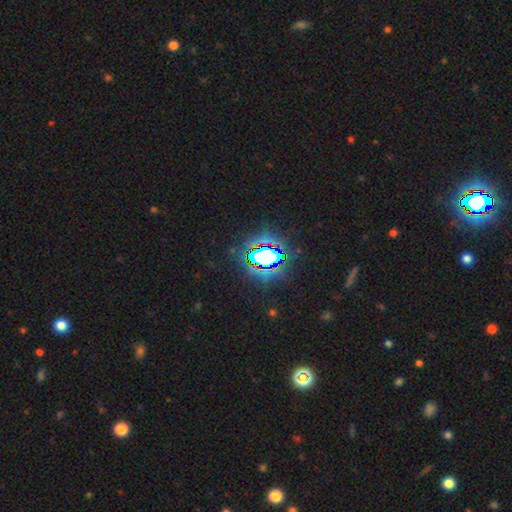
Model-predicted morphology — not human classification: Smooth or featured? star or artifact (78%)